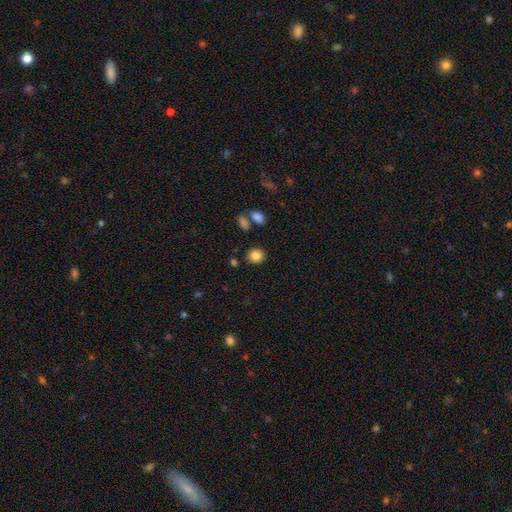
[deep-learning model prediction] smooth-or-featured: smooth: 84% | star or artifact: 10% | featured or disk: 6%
  how-rounded: round: 82% | in between: 17% | cigar-shaped: 1%
  merging: none: 85% | minor disturbance: 8% | merger: 4% | major disturbance: 3%